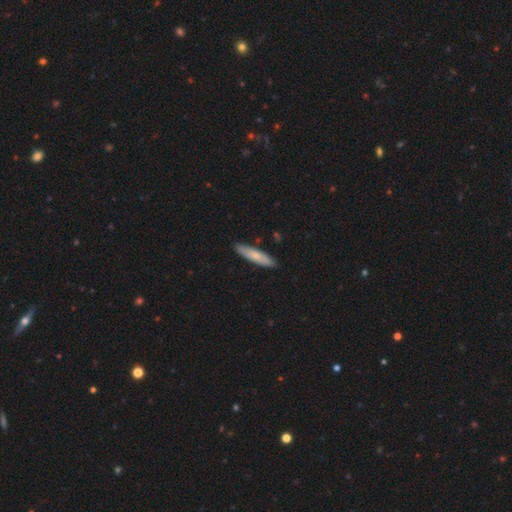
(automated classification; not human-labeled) A smooth galaxy with no disk features (72%) that is cigar-shaped (82%). Merging: none (88%).